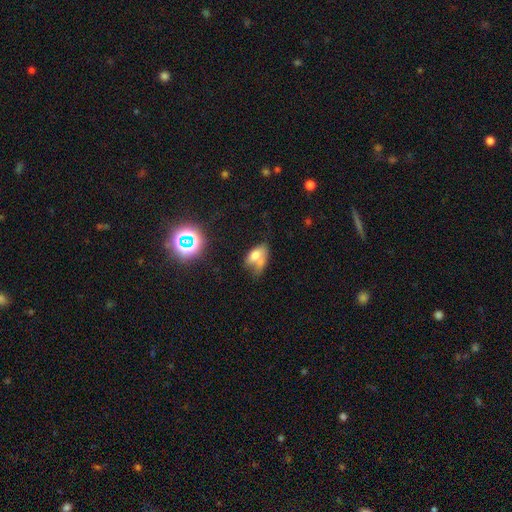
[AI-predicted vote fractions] Smooth or featured? smooth (64%)
How rounded? in between (85%)
Merging? merger (36%)